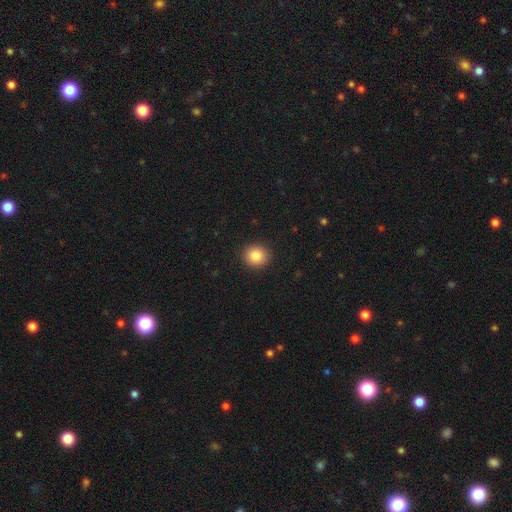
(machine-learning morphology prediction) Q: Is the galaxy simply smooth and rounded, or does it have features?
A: smooth — 85%.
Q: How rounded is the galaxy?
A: round — 88%.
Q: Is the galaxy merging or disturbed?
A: none — 92%.